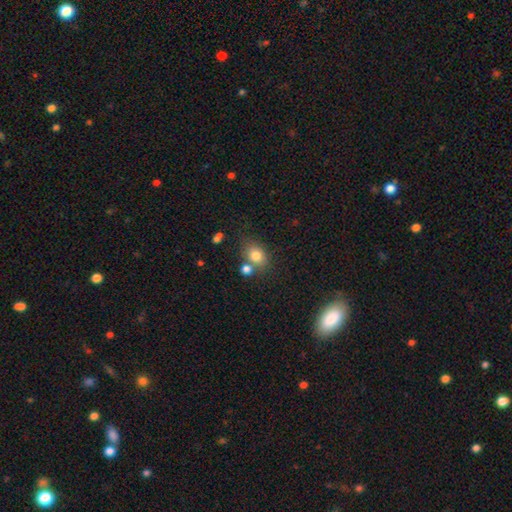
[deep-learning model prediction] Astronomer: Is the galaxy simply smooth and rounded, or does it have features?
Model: smooth — 79%.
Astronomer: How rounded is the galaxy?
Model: in between — 55% (runner-up: round, 44%).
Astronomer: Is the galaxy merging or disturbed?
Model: none — 60%.